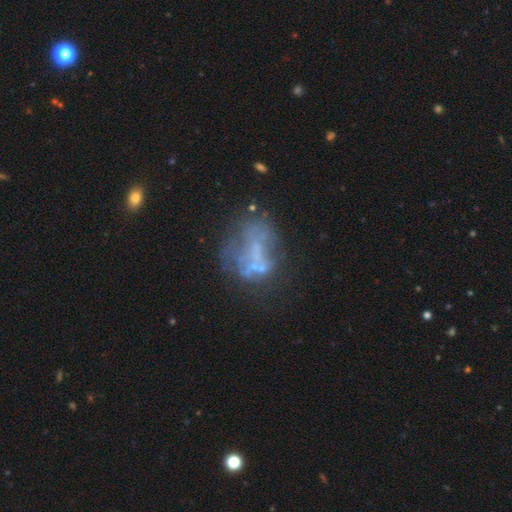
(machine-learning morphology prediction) type=featured or disk (58%); edge-on=no (97%); bar=no (88%); spiral arms=no (93%); bulge=none (76%); merging=none (41%).